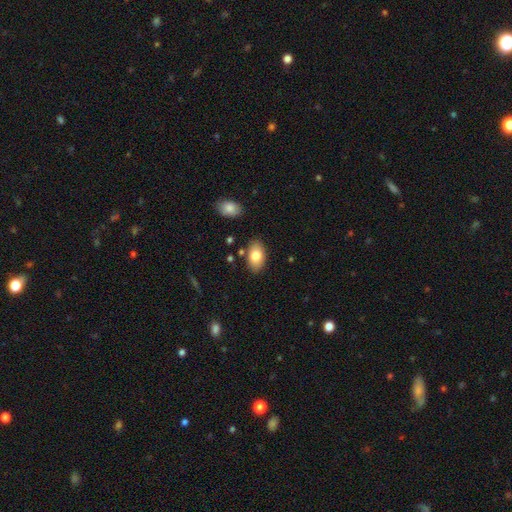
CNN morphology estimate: Q: Smooth or featured?
A: smooth (81%); runner-up: featured or disk (12%)
Q: How rounded?
A: in between (93%); runner-up: round (6%)
Q: Merging?
A: none (83%); runner-up: minor disturbance (12%)